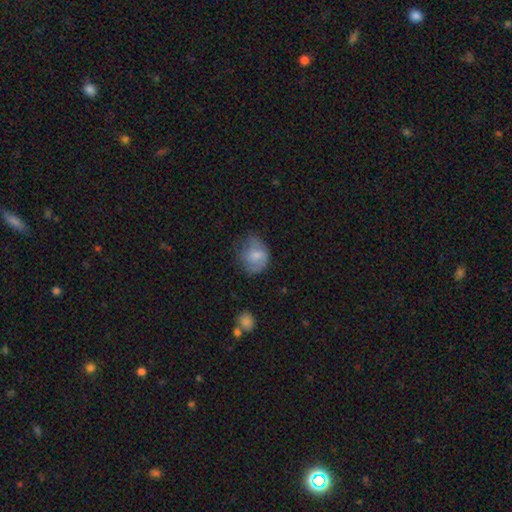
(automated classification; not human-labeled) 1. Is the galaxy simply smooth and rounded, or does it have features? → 69% smooth, 23% featured or disk, 8% star or artifact.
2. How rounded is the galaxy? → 56% round, 43% in between, 1% cigar-shaped.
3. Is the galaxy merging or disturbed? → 46% none, 33% minor disturbance, 19% major disturbance, 2% merger.